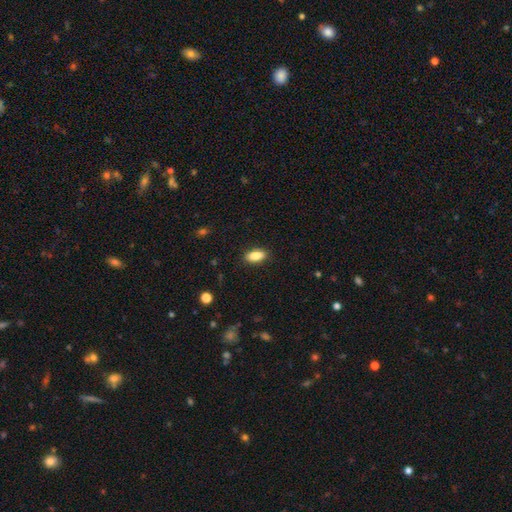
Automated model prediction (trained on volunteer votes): smooth-or-featured: smooth: 88% | star or artifact: 7% | featured or disk: 4%
  how-rounded: in between: 88% | cigar-shaped: 9% | round: 3%
  merging: none: 88% | minor disturbance: 9% | major disturbance: 2% | merger: 1%